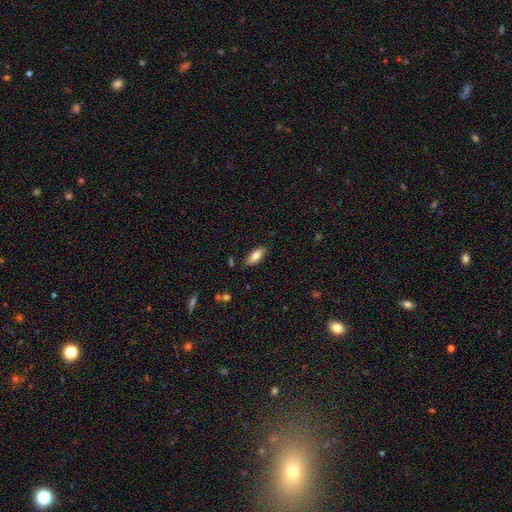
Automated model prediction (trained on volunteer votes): A smooth galaxy with no disk features (80%) that is in between round and cigar-shaped (74%).

Vote fractions:
- Smooth or featured? smooth: 80% / featured or disk: 13% / star or artifact: 7%
- How rounded? in between: 74% / cigar-shaped: 24% / round: 2%
- Merging? none: 84% / minor disturbance: 12% / major disturbance: 2% / merger: 2%